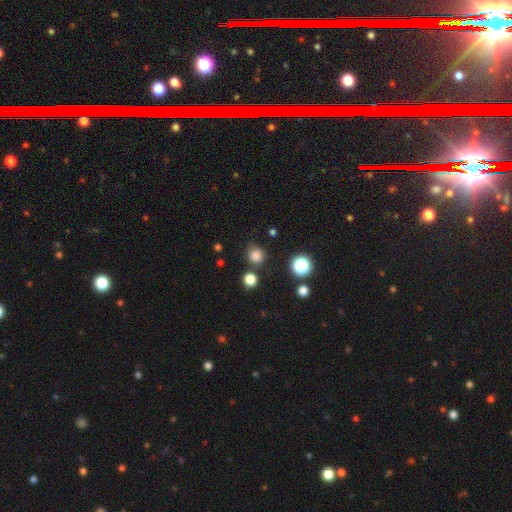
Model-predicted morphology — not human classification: A smooth galaxy with no disk features (80%) that is round (89%).

Vote fractions:
- Smooth or featured? smooth: 80% / star or artifact: 15% / featured or disk: 5%
- How rounded? round: 89% / in between: 10% / cigar-shaped: 1%
- Merging? none: 76% / minor disturbance: 13% / merger: 6% / major disturbance: 4%